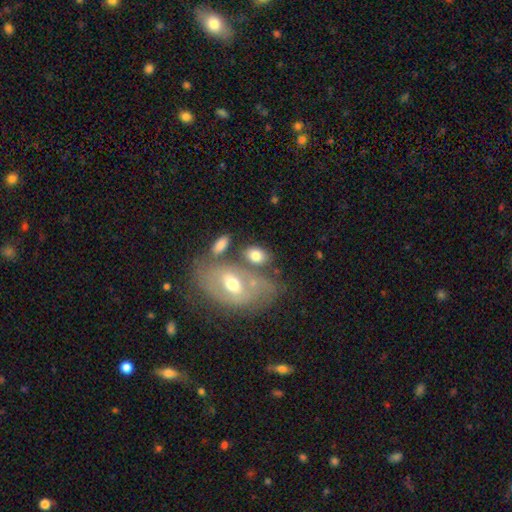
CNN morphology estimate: Smooth or featured?
  - smooth: 69% *
  - featured or disk: 24%
  - star or artifact: 7%
How rounded?
  - in between: 84% *
  - round: 14%
  - cigar-shaped: 2%
Merging?
  - none: 51% *
  - merger: 24%
  - minor disturbance: 17%
  - major disturbance: 8%